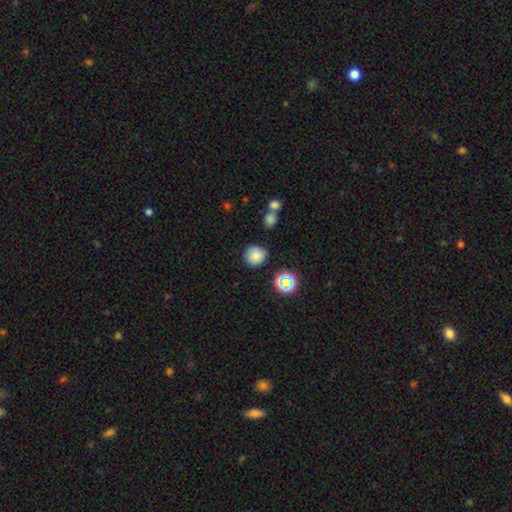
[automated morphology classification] Smooth or featured? smooth (79%)
How rounded? round (91%)
Merging? none (81%)